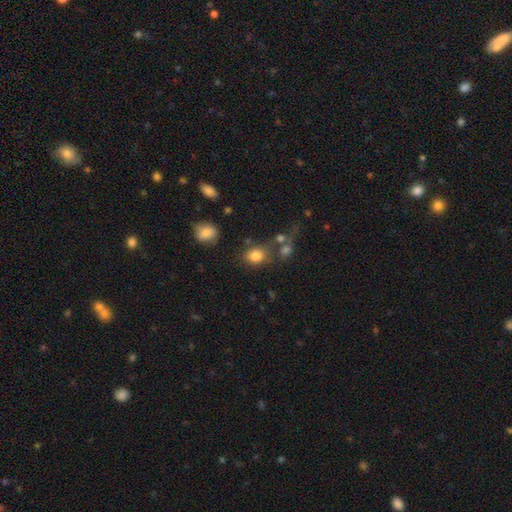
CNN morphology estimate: This appears to be a smooth galaxy with no disk features (82%) that is round (52%). Merging: none (62%).